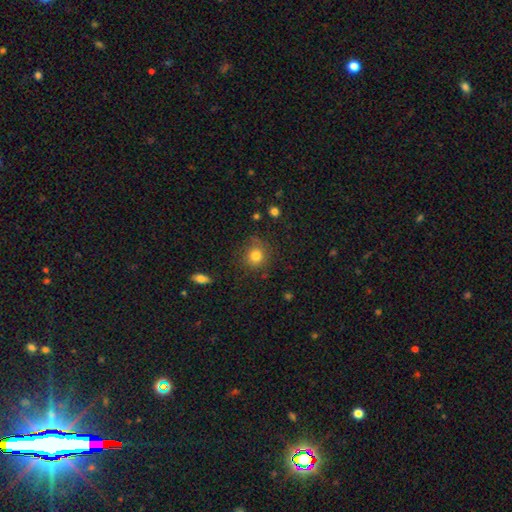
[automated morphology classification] Smooth or featured? smooth (81%)
How rounded? round (86%)
Merging? none (80%)